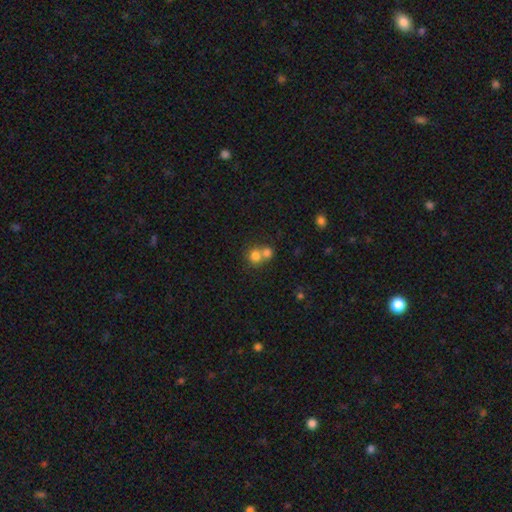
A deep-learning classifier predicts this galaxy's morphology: smooth_or_featured: smooth (p=0.77) [alt: star or artifact p=0.12]
how_rounded: round (p=0.83) [alt: in between p=0.16]
merging: merger (p=0.55) [alt: none p=0.36]